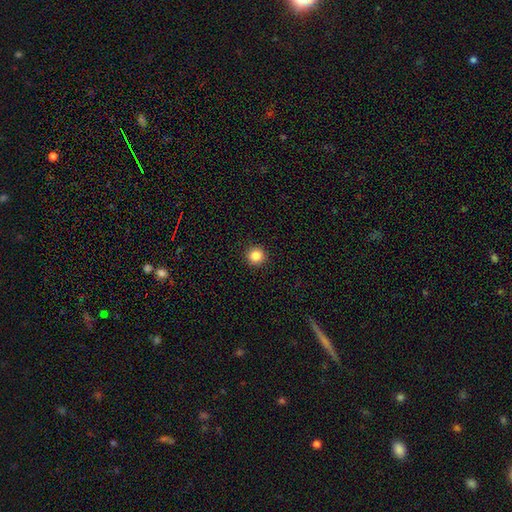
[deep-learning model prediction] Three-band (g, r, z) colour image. It shows a smooth galaxy with no disk features (86%) that is round (95%). Merging: none (93%).